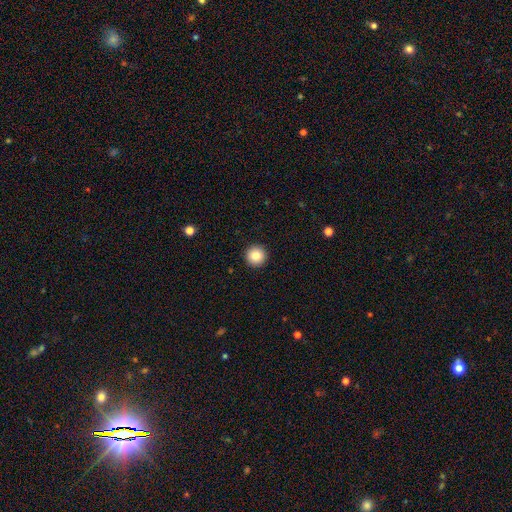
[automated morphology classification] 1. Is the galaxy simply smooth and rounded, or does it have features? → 84% smooth, 9% star or artifact, 6% featured or disk.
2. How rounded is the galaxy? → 97% round, 2% in between, 1% cigar-shaped.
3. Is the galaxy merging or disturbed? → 93% none, 4% minor disturbance, 1% major disturbance, 1% merger.